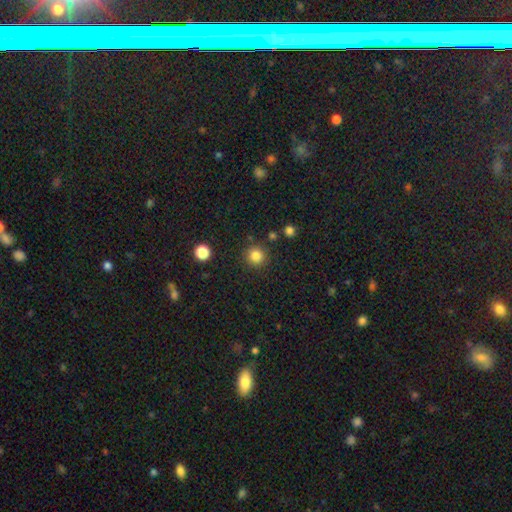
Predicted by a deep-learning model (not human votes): Smooth or featured?
  - smooth: 84% *
  - star or artifact: 12%
  - featured or disk: 4%
How rounded?
  - round: 94% *
  - in between: 5%
  - cigar-shaped: 1%
Merging?
  - none: 89% *
  - minor disturbance: 6%
  - merger: 3%
  - major disturbance: 2%